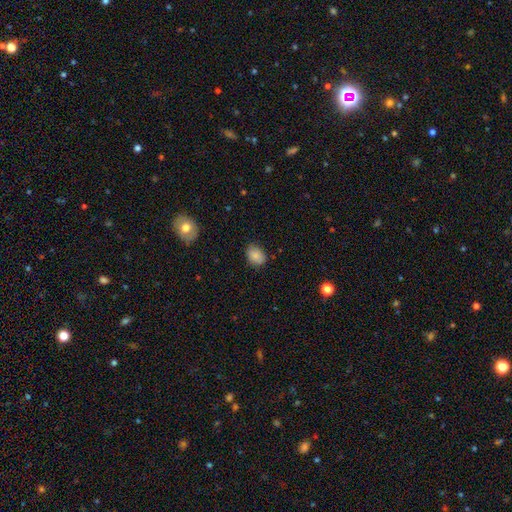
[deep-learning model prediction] Smooth or featured? smooth (85%)
How rounded? in between (67%)
Merging? none (77%)